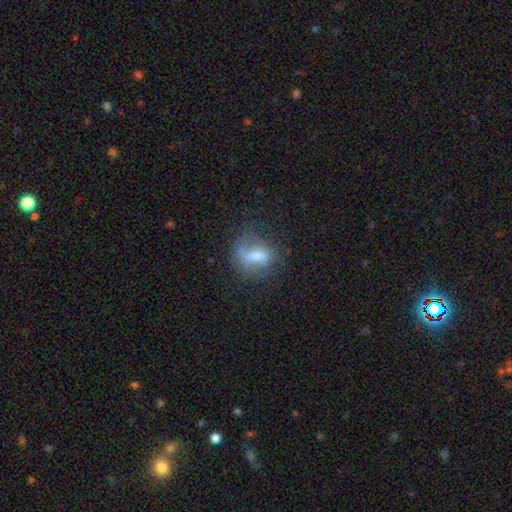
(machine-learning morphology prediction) The model was most divided on "merging": none: 50%, minor disturbance: 27%, major disturbance: 19%, merger: 4%. More confident: how rounded — in between (62%); smooth or featured — smooth (57%).